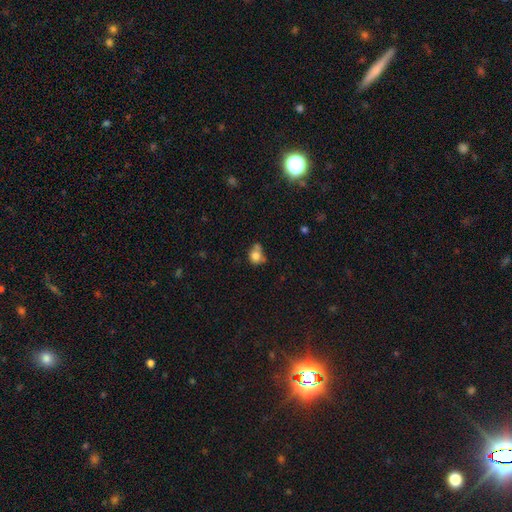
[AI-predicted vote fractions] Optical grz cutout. It shows a smooth galaxy with no disk features (78%) that is round (68%). Merging: none (41%).